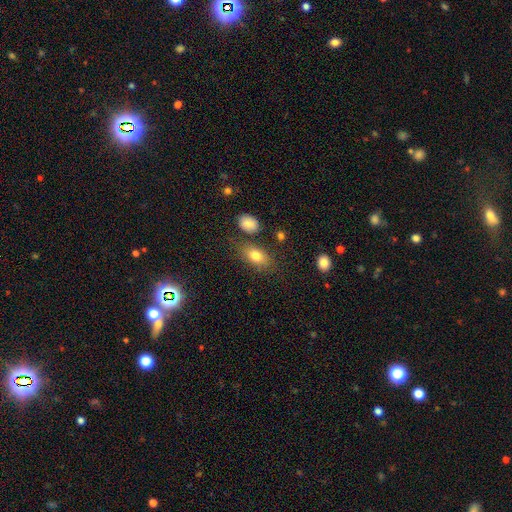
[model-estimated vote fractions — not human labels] Smooth or featured: smooth — 78% (featured or disk — 13%)
How rounded: in between — 86% (round — 10%)
Merging: none — 71% (minor disturbance — 16%)